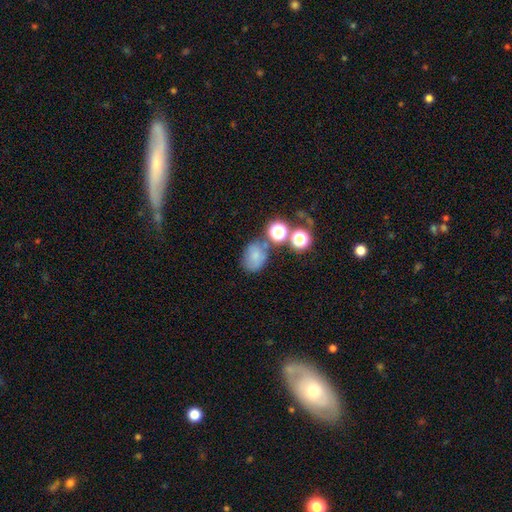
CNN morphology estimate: Overall: smooth (67%). How rounded: in between (57%; round 42%). Merging: none (54%; minor disturbance 19%).